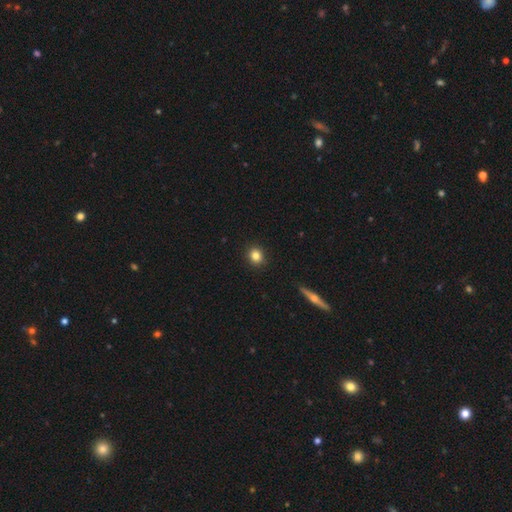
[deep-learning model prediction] Smooth or featured? Predicted: smooth (p=0.83). How rounded? Predicted: round (p=0.84). Merging? Predicted: none (p=0.91).